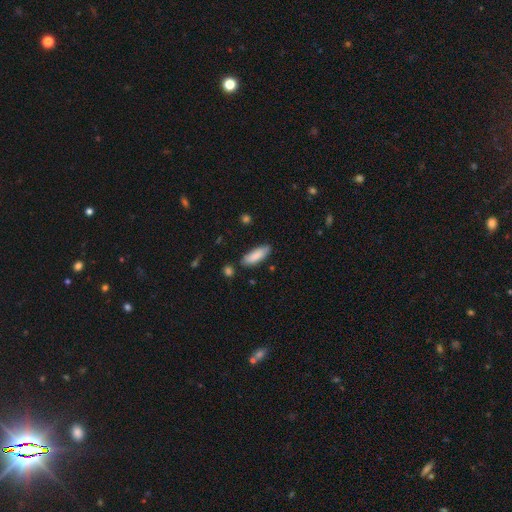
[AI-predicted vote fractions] Morphology: type=smooth (86%); roundness=in between (60%); merging=none (79%).